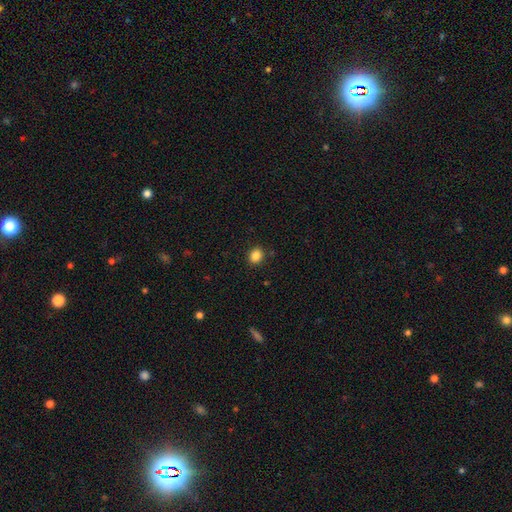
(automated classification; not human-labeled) Smooth or featured?
  - smooth: 86% *
  - star or artifact: 10%
  - featured or disk: 4%
How rounded?
  - round: 56% *
  - in between: 43%
  - cigar-shaped: 1%
Merging?
  - none: 89% *
  - minor disturbance: 8%
  - major disturbance: 2%
  - merger: 1%